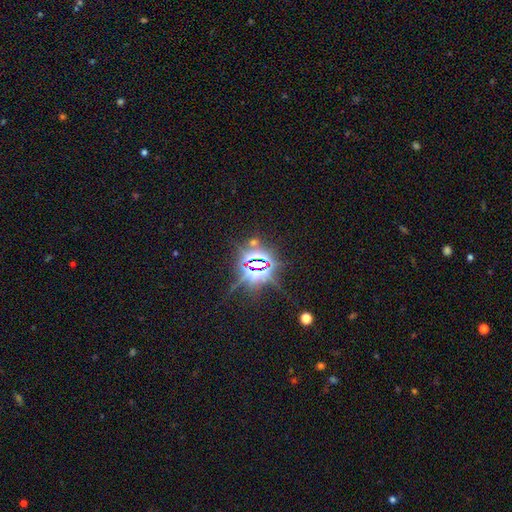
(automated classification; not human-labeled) Smooth or featured? Predicted: star or artifact (p=0.85).